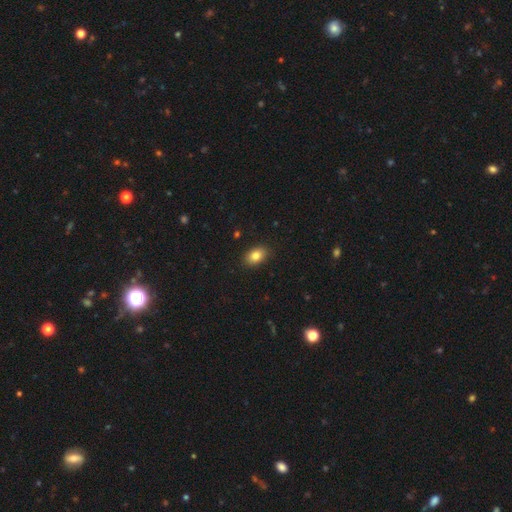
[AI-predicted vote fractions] This is clearly a smooth galaxy (84%). How rounded: clearly in between (86%). Merging: clearly none (89%).